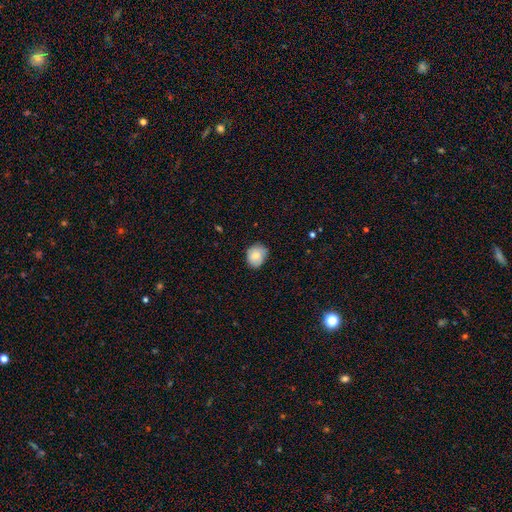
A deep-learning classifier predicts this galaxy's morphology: Smooth or featured: smooth — 77% (featured or disk — 15%)
How rounded: round — 61% (in between — 38%)
Merging: none — 67% (minor disturbance — 27%)